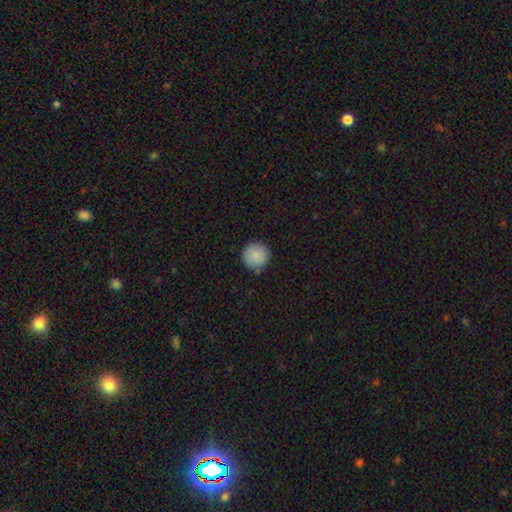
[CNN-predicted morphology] Smooth or featured? smooth (88%)
How rounded? round (95%)
Merging? none (88%)